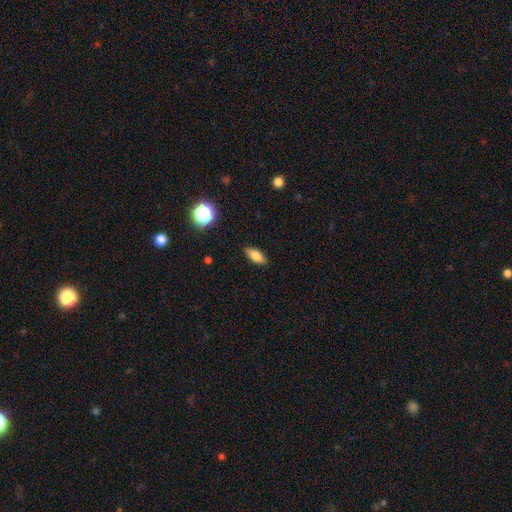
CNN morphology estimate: smooth 79%, featured or disk 12%, star or artifact 9%. Down the decision tree: how rounded — in between (82%); merging — none (87%).